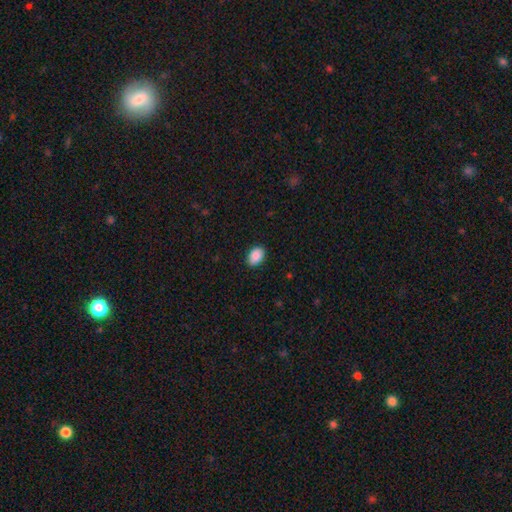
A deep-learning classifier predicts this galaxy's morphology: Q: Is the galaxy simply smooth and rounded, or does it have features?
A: smooth — 90%.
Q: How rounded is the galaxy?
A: in between — 87%.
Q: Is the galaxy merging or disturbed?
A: none — 88%.